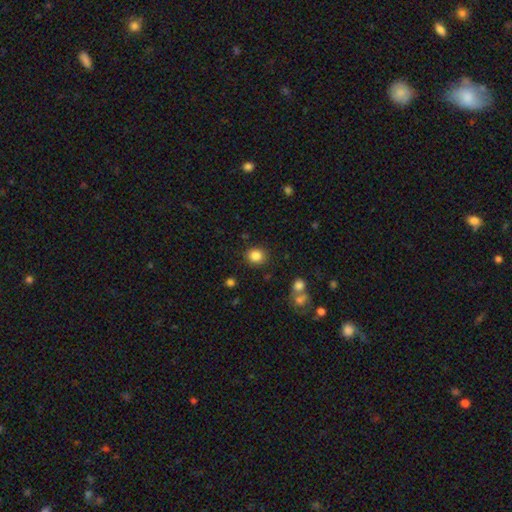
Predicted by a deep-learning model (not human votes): Smooth or featured?
  - smooth: 84% *
  - star or artifact: 11%
  - featured or disk: 5%
How rounded?
  - round: 82% *
  - in between: 17%
  - cigar-shaped: 1%
Merging?
  - none: 88% *
  - minor disturbance: 7%
  - major disturbance: 3%
  - merger: 2%